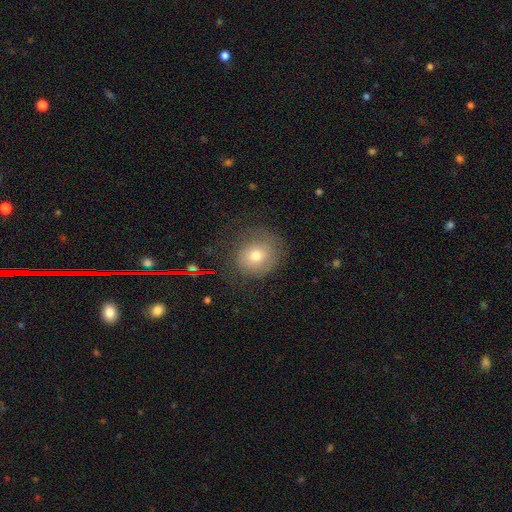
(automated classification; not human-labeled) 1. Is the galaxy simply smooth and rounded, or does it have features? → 66% smooth, 20% featured or disk, 14% star or artifact.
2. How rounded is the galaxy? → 79% round, 20% in between, 1% cigar-shaped.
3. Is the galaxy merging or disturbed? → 65% none, 19% minor disturbance, 14% major disturbance, 2% merger.